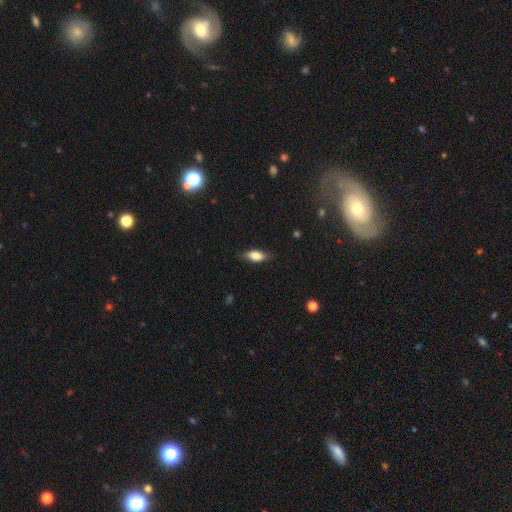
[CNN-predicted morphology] This is likely a smooth galaxy (69%). How rounded: likely in between (78%). Merging: likely none (77%).